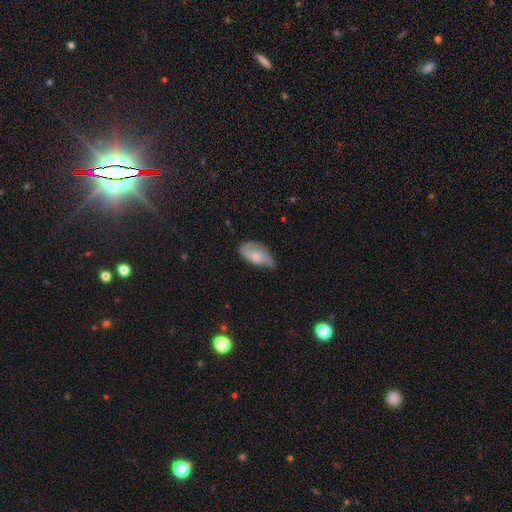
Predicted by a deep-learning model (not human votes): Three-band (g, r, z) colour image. It shows a smooth galaxy with no disk features (56%) that is in between round and cigar-shaped (91%). Merging: minor disturbance (45%).